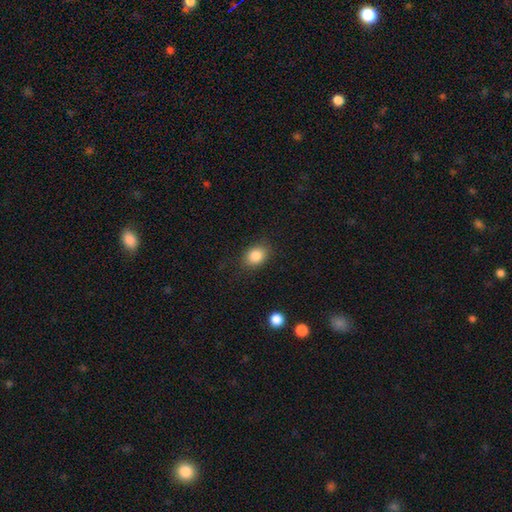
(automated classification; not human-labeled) smooth_or_featured: smooth (p=0.85) [alt: star or artifact p=0.09]
how_rounded: in between (p=0.63) [alt: round p=0.36]
merging: none (p=0.83) [alt: minor disturbance p=0.12]